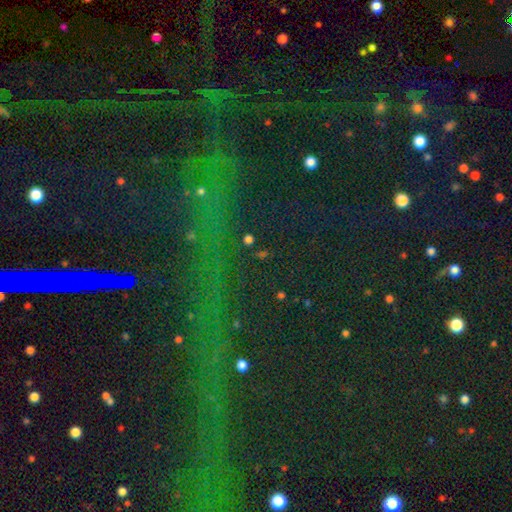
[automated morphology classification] The model was most divided on "smooth or featured": star or artifact: 81%, smooth: 11%, featured or disk: 9%.